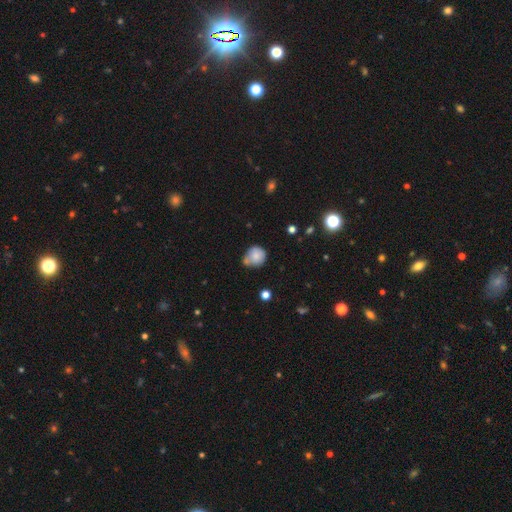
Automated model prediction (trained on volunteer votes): A smooth galaxy with no disk features (79%) that is round (86%). Merging: none (52%).